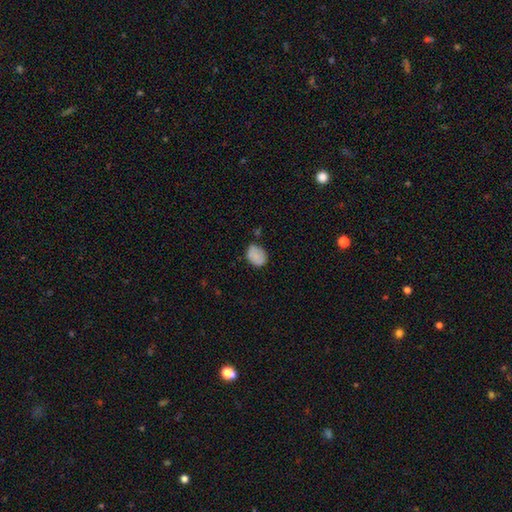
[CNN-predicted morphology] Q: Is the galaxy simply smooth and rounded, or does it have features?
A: smooth — 82%.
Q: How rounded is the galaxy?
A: in between — 67%.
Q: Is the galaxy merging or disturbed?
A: none — 71%.